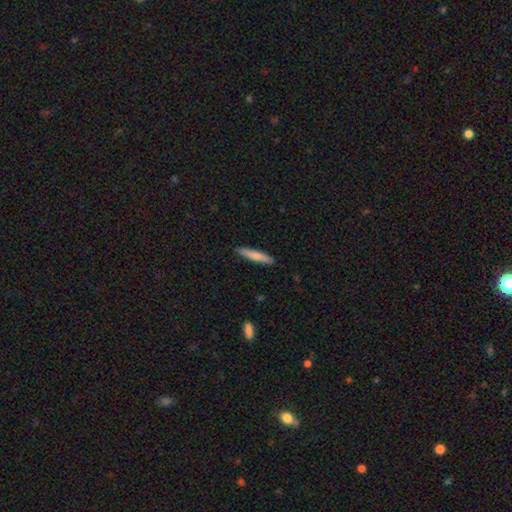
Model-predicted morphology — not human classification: A smooth galaxy with no disk features (77%) that is cigar-shaped (92%).

Vote fractions:
- Smooth or featured? smooth: 77% / featured or disk: 18% / star or artifact: 5%
- How rounded? cigar-shaped: 92% / in between: 7% / round: 1%
- Merging? none: 90% / minor disturbance: 7% / major disturbance: 1% / merger: 1%